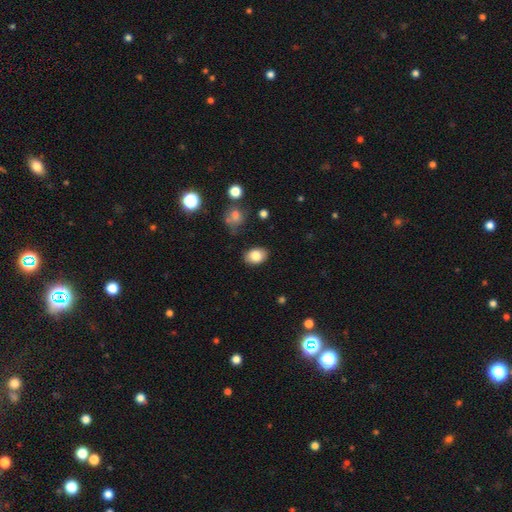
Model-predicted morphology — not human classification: This appears to be a smooth galaxy with no disk features (82%) that is in between round and cigar-shaped (79%). Merging: none (84%).